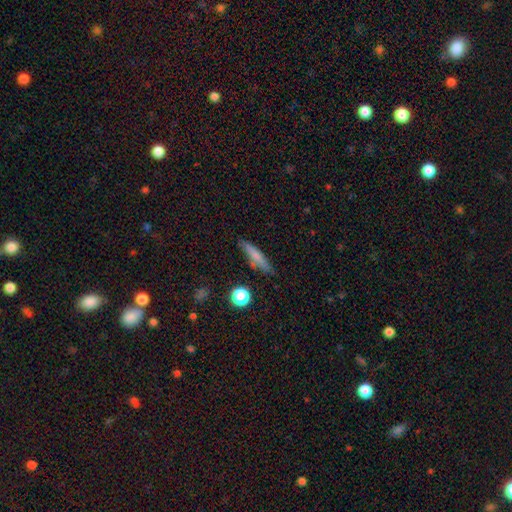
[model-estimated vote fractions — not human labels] Smooth or featured?
  - smooth: 70% *
  - featured or disk: 21%
  - star or artifact: 9%
How rounded?
  - cigar-shaped: 84% *
  - in between: 13%
  - round: 3%
Merging?
  - none: 78% *
  - minor disturbance: 14%
  - merger: 4%
  - major disturbance: 3%